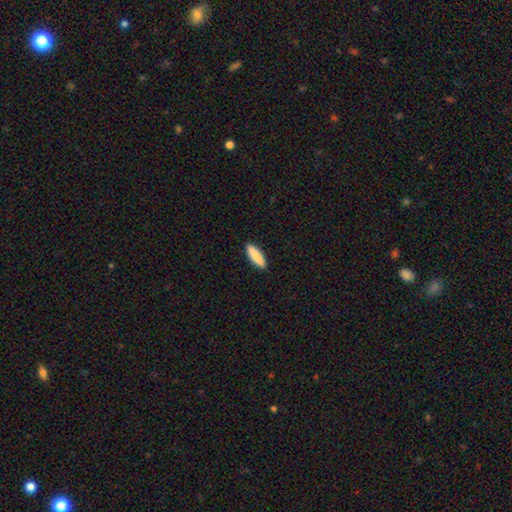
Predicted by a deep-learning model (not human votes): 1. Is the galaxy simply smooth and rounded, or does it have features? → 87% smooth, 8% featured or disk, 5% star or artifact.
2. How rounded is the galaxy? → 62% cigar-shaped, 36% in between, 2% round.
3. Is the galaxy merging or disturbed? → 91% none, 6% minor disturbance, 1% major disturbance, 1% merger.